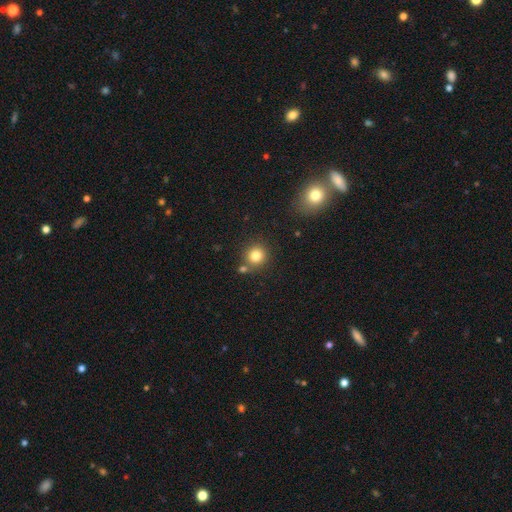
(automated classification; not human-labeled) Q: Smooth or featured?
A: smooth (82%); runner-up: star or artifact (12%)
Q: How rounded?
A: round (92%); runner-up: in between (7%)
Q: Merging?
A: none (77%); runner-up: merger (11%)